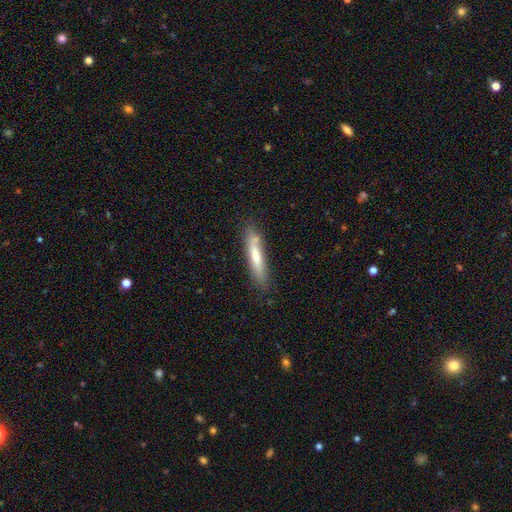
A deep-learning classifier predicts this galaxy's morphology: smooth-or-featured: smooth: 63% | featured or disk: 30% | star or artifact: 7%
  how-rounded: cigar-shaped: 89% | in between: 10% | round: 1%
  merging: none: 78% | minor disturbance: 15% | merger: 4% | major disturbance: 3%